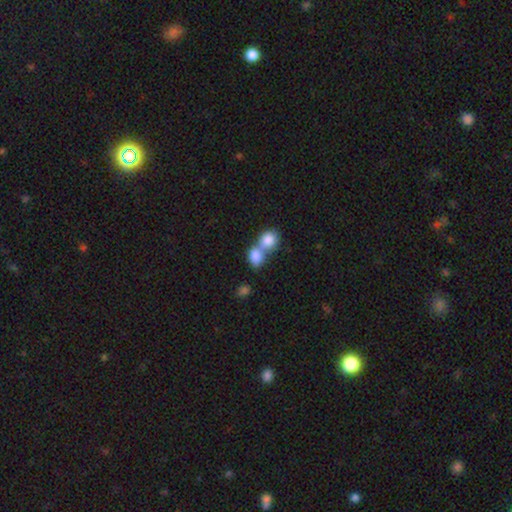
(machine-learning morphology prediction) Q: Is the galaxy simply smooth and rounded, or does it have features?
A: smooth — 82%.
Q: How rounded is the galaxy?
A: in between — 55%.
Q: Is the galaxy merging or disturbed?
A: merger — 71%.